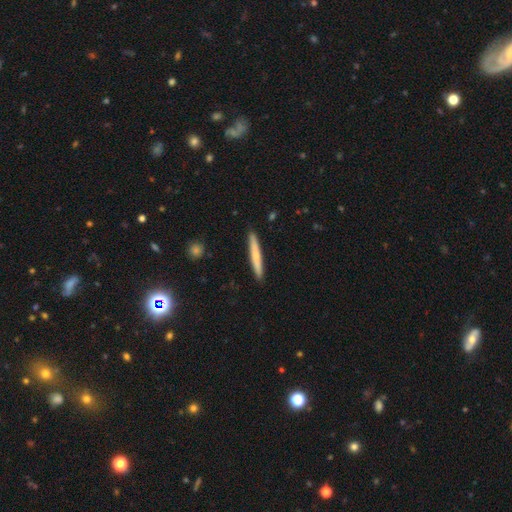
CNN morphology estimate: The model was most divided on "smooth or featured": smooth: 62%, featured or disk: 32%, star or artifact: 6%. More confident: how rounded — cigar-shaped (96%); merging — none (91%).